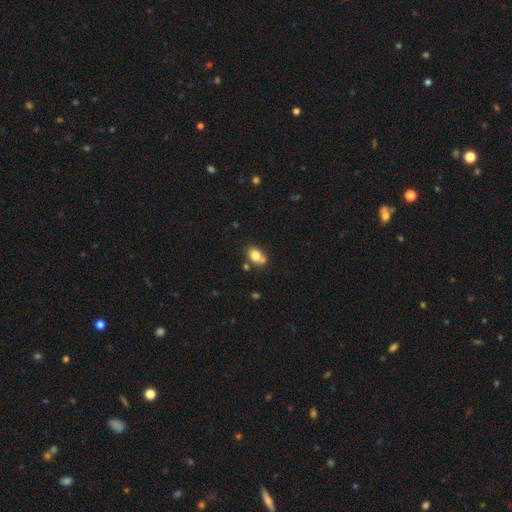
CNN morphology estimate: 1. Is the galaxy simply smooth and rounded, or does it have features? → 79% smooth, 12% featured or disk, 10% star or artifact.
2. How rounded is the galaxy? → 70% in between, 29% round, 1% cigar-shaped.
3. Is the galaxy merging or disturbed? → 56% none, 19% merger, 19% minor disturbance, 5% major disturbance.